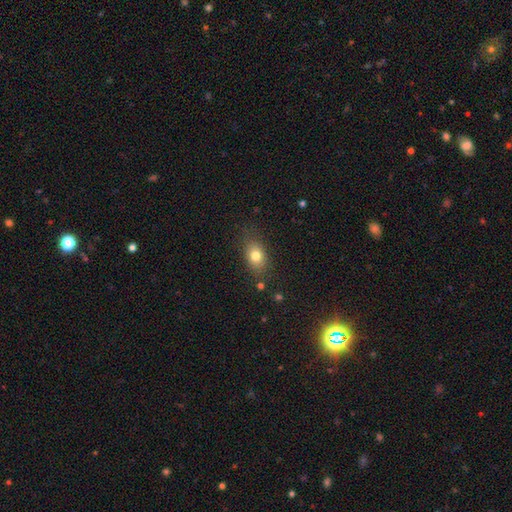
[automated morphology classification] This appears to be a smooth galaxy with no disk features (79%) that is in between round and cigar-shaped (73%). Merging: none (79%).